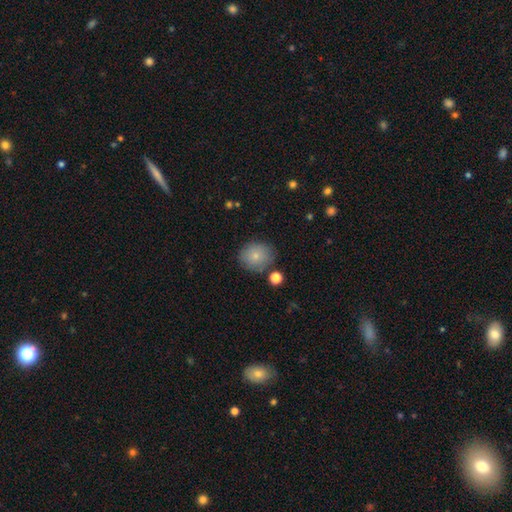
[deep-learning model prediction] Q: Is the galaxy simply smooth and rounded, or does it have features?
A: smooth — 80%.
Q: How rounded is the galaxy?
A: round — 75%.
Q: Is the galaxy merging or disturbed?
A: none — 79%.